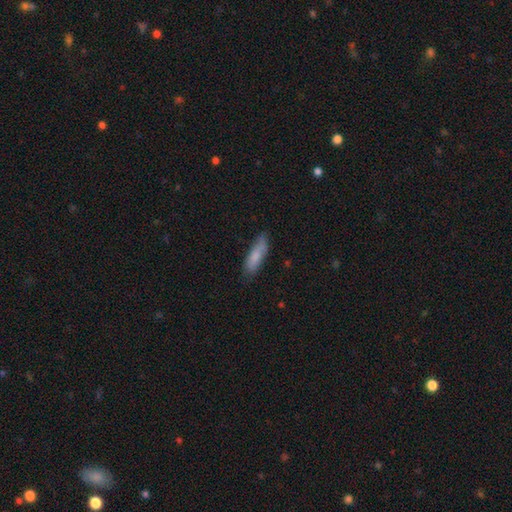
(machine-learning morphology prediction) The model was most divided on "how rounded": cigar-shaped: 60%, in between: 38%, round: 2%. More confident: smooth or featured — smooth (81%); merging — none (78%).